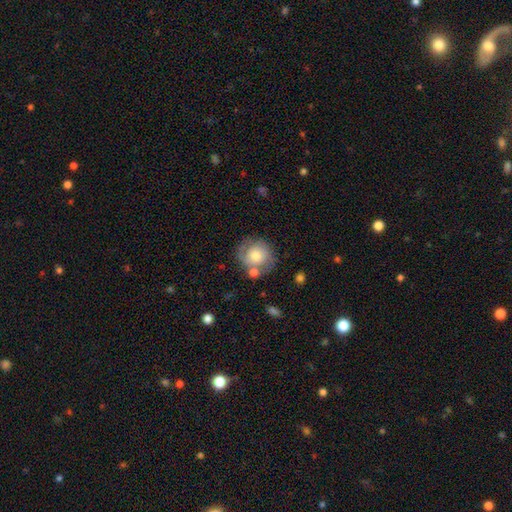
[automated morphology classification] A smooth galaxy with no disk features (56%) that is round (85%). Merging: none (62%).